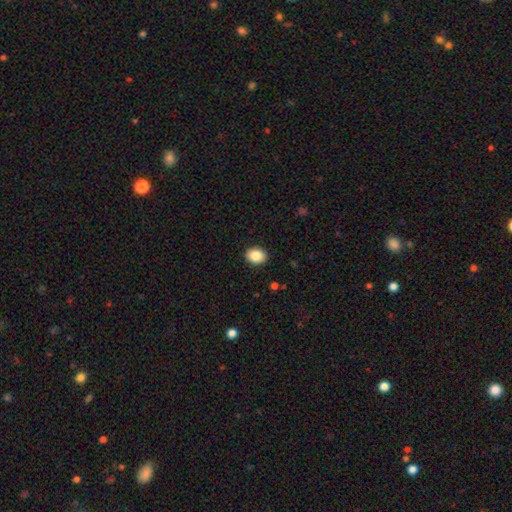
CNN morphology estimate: A smooth galaxy with no disk features (87%) that is in between round and cigar-shaped (56%). Merging: none (91%).